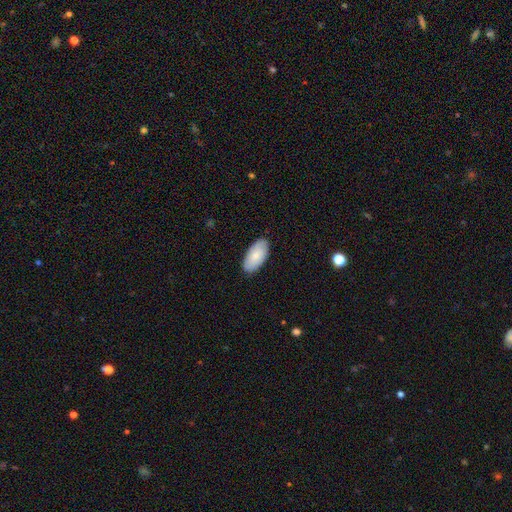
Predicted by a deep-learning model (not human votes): A smooth galaxy with no disk features (85%) that is in between round and cigar-shaped (95%).

Vote fractions:
- Smooth or featured? smooth: 85% / featured or disk: 10% / star or artifact: 5%
- How rounded? in between: 95% / cigar-shaped: 3% / round: 2%
- Merging? none: 88% / minor disturbance: 9% / major disturbance: 2% / merger: 1%